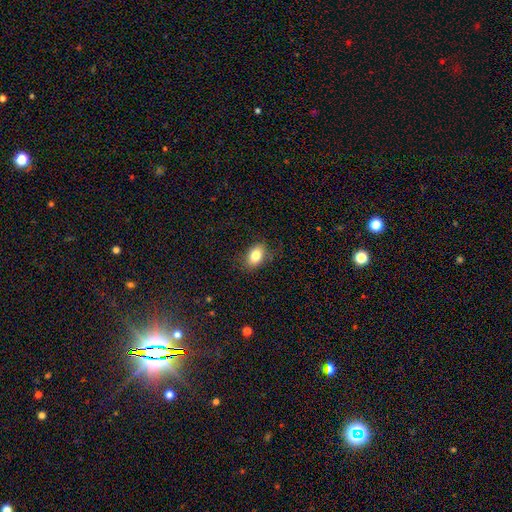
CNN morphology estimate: This appears to be a smooth galaxy with no disk features (82%) that is in between round and cigar-shaped (85%). Merging: none (81%).